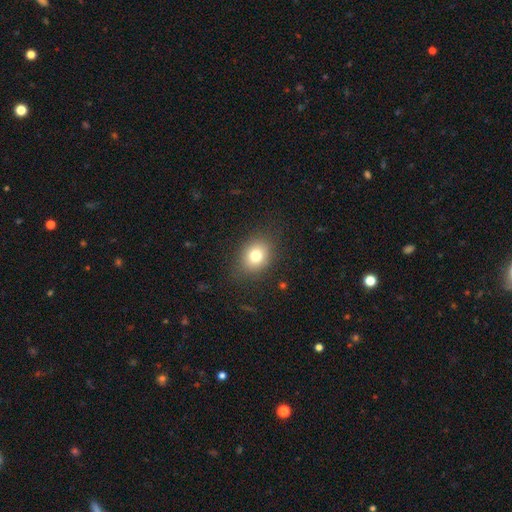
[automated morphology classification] Smooth or featured? smooth (78%)
How rounded? round (51%)
Merging? none (83%)